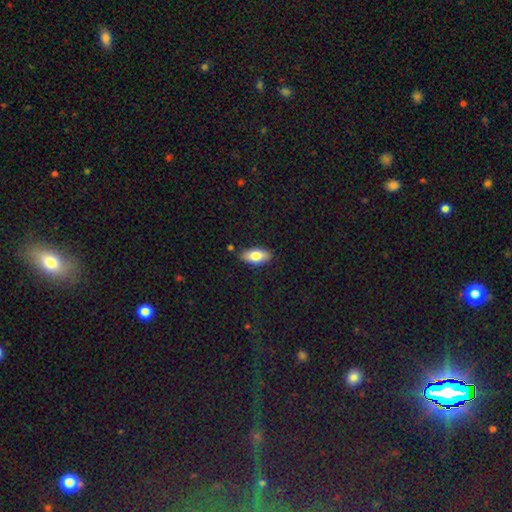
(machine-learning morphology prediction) smooth 80%, featured or disk 14%, star or artifact 7%. Down the decision tree: how rounded — in between (89%); merging — none (85%).